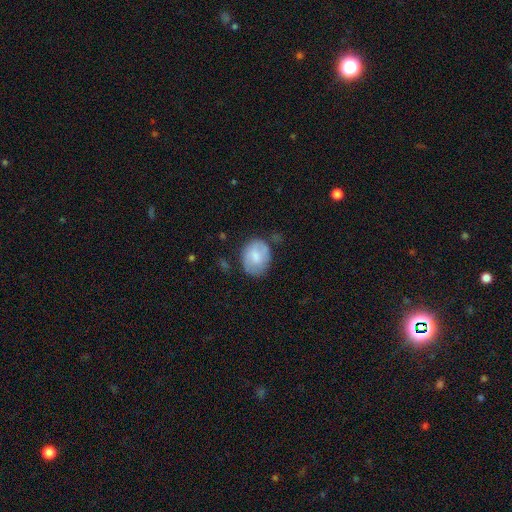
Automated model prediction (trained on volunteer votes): A smooth galaxy with no disk features (69%) that is in between round and cigar-shaped (52%). Merging: none (69%).